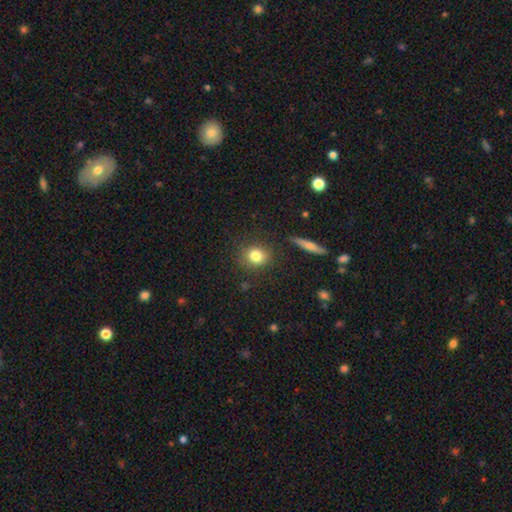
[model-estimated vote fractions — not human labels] The model was most divided on "how rounded": round: 76%, in between: 22%, cigar-shaped: 2%. More confident: merging — none (82%); smooth or featured — smooth (81%).